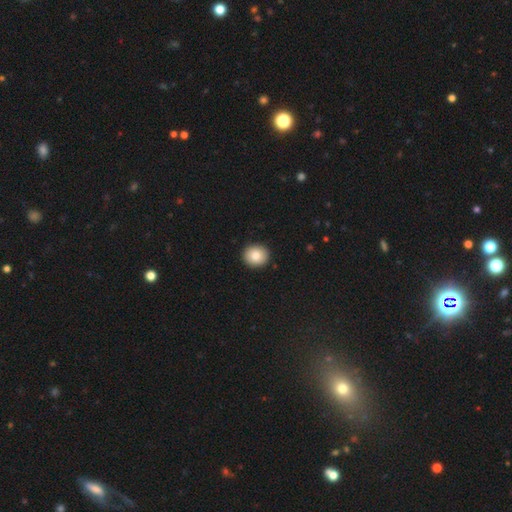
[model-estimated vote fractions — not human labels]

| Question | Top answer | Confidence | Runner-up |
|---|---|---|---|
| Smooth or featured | smooth | 83% | star or artifact (8%) |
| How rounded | round | 84% | in between (15%) |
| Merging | none | 92% | minor disturbance (5%) |